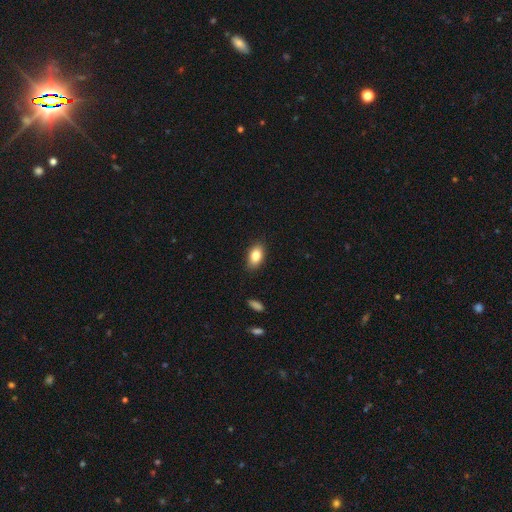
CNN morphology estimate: Overall: smooth (83%). How rounded: in between (90%). Merging: none (87%).